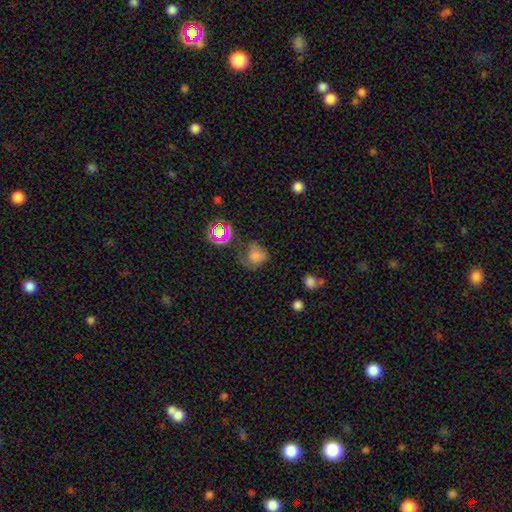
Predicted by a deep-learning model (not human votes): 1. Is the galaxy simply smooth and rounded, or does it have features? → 62% smooth, 20% featured or disk, 18% star or artifact.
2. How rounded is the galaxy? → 63% round, 36% in between, 1% cigar-shaped.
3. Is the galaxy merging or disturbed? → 36% none, 32% major disturbance, 26% minor disturbance, 6% merger.